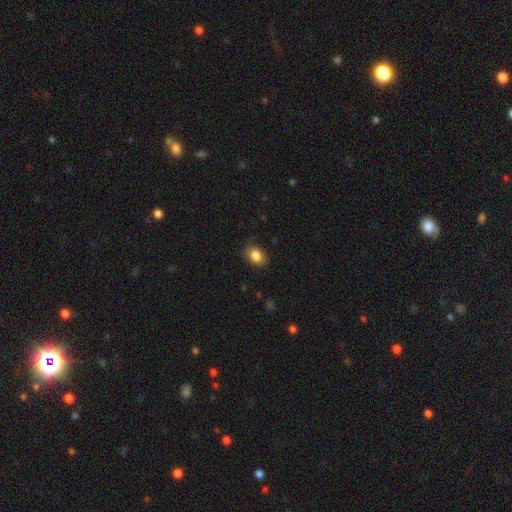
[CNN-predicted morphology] Smooth or featured? smooth (86%)
How rounded? in between (72%)
Merging? none (81%)